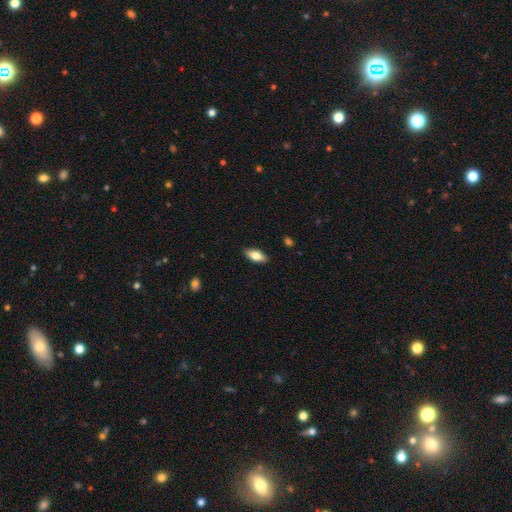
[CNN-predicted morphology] This is likely a smooth galaxy (75%). How rounded: clearly in between (83%). Merging: clearly none (88%).